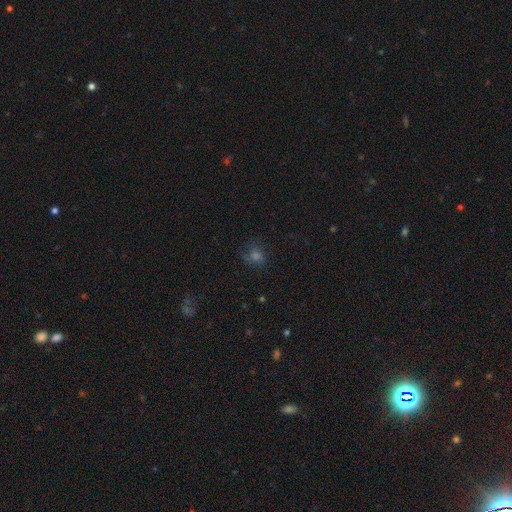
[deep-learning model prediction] Overall: smooth (53%; star or artifact 30%). How rounded: round (74%). Merging: none (69%).